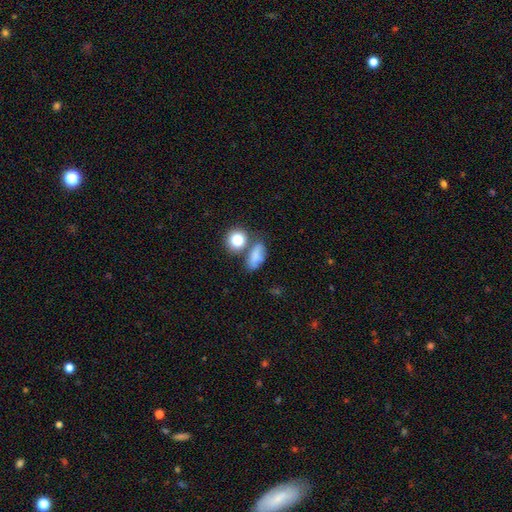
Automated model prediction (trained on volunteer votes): smooth-or-featured: smooth: 75% | featured or disk: 15% | star or artifact: 10%
  how-rounded: in between: 75% | round: 20% | cigar-shaped: 5%
  merging: none: 47% | merger: 22% | minor disturbance: 21% | major disturbance: 10%